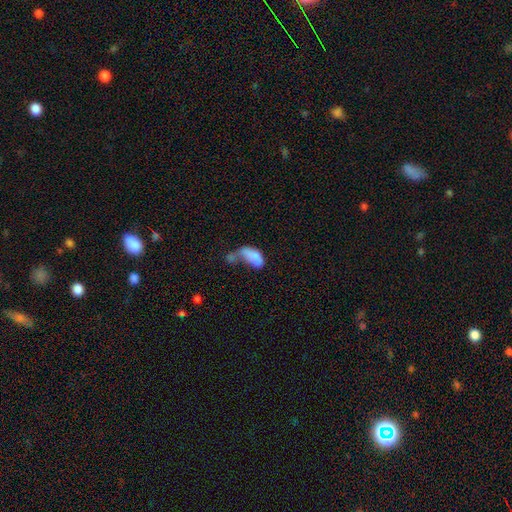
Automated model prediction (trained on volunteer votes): This appears to be a smooth galaxy with no disk features (74%) that is in between round and cigar-shaped (90%). Merging: merger (45%).